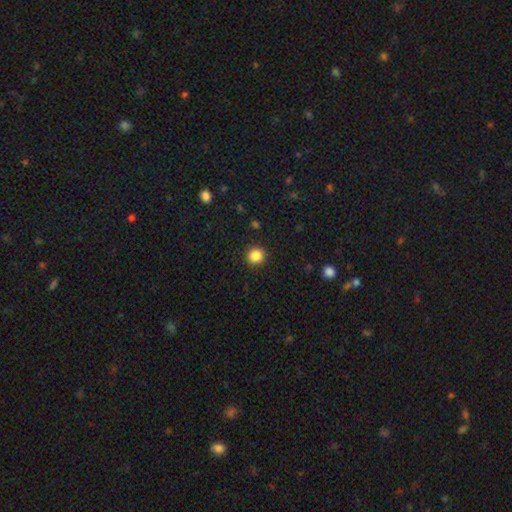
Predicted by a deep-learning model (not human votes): A smooth galaxy with no disk features (86%) that is round (93%). Merging: none (92%).